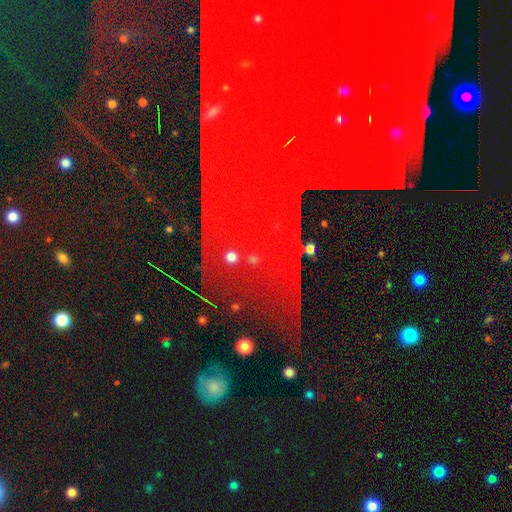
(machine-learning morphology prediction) smooth-or-featured: star or artifact: 80% | featured or disk: 11% | smooth: 10%